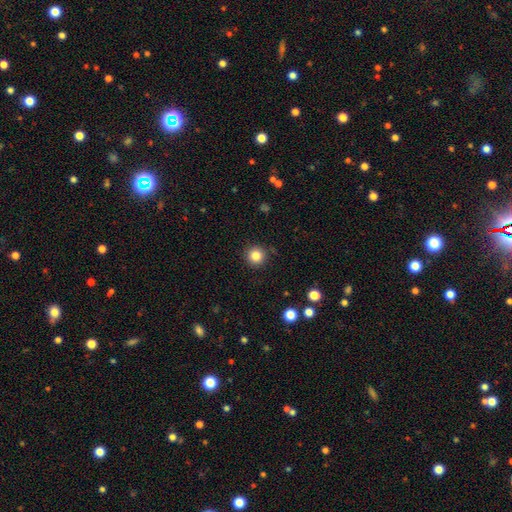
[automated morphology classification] This is clearly a smooth galaxy (83%). How rounded: clearly round (95%). Merging: clearly none (90%).